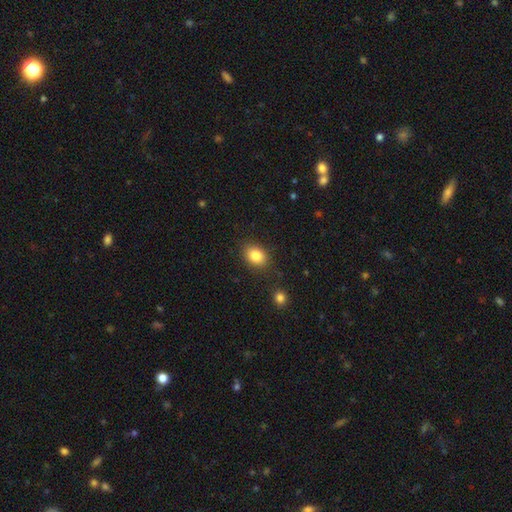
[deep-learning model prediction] This appears to be a smooth galaxy with no disk features (84%) that is in between round and cigar-shaped (64%). Merging: none (84%).